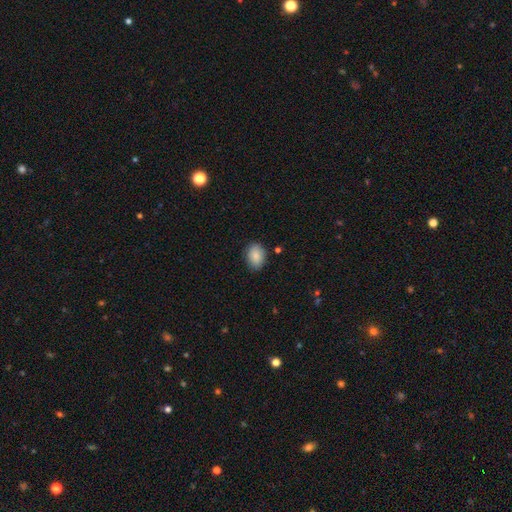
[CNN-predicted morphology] smooth_or_featured: smooth (p=0.88) [alt: star or artifact p=0.07]
how_rounded: in between (p=0.76) [alt: round p=0.23]
merging: none (p=0.84) [alt: minor disturbance p=0.12]